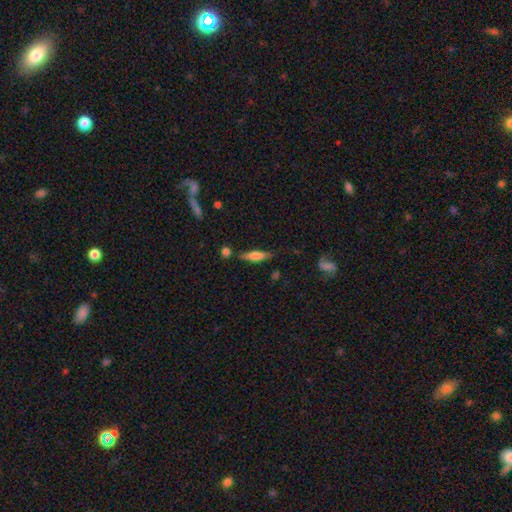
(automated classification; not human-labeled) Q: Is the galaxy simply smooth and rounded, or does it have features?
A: smooth — 47%.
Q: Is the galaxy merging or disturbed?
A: none — 79%.